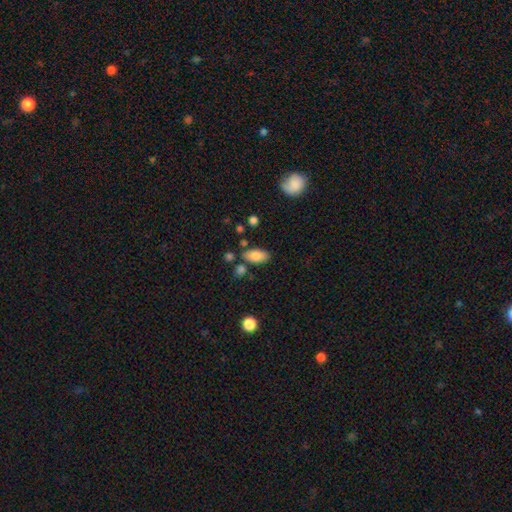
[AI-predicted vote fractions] A smooth galaxy with no disk features (83%) that is in between round and cigar-shaped (91%).

Vote fractions:
- Smooth or featured? smooth: 83% / featured or disk: 10% / star or artifact: 8%
- How rounded? in between: 91% / cigar-shaped: 6% / round: 3%
- Merging? none: 76% / minor disturbance: 13% / merger: 7% / major disturbance: 4%